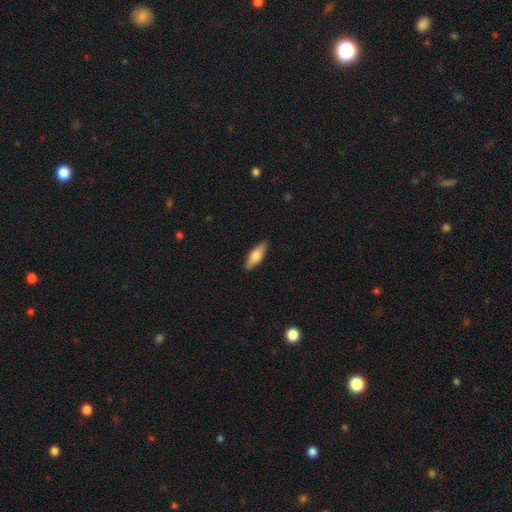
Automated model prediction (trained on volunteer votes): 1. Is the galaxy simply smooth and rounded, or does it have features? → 68% smooth, 26% featured or disk, 6% star or artifact.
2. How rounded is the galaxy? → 62% in between, 35% cigar-shaped, 2% round.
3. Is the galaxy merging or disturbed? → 88% none, 9% minor disturbance, 2% major disturbance, 1% merger.